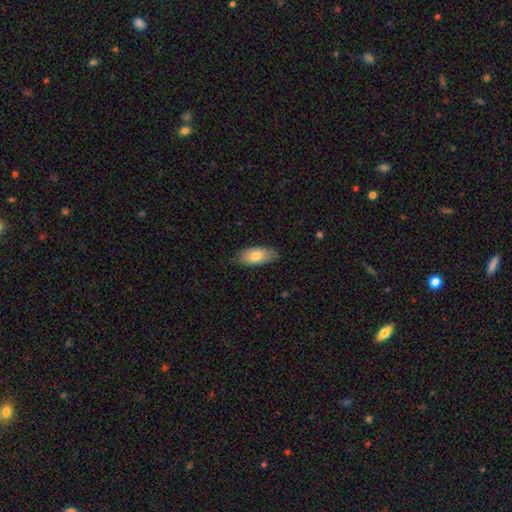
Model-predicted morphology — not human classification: Smooth or featured? smooth (74%)
How rounded? in between (90%)
Merging? none (78%)